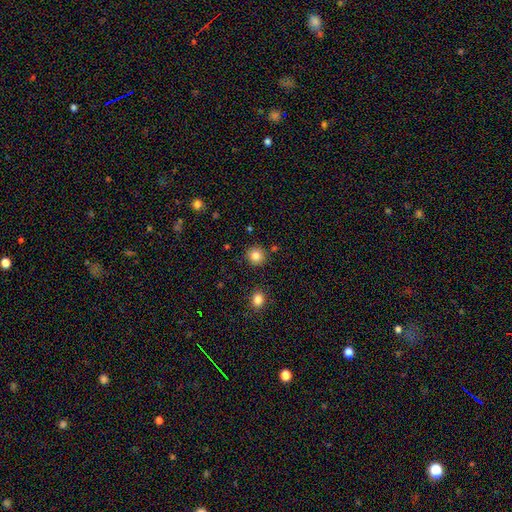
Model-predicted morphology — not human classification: Q: Smooth or featured?
A: smooth (84%); runner-up: star or artifact (11%)
Q: How rounded?
A: round (92%); runner-up: in between (7%)
Q: Merging?
A: none (89%); runner-up: minor disturbance (6%)